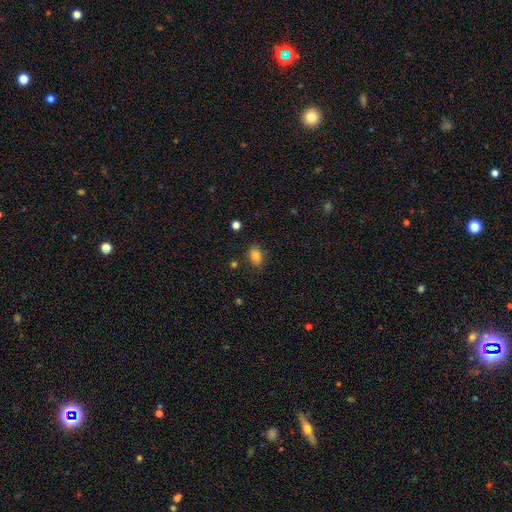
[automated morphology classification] smooth-or-featured: smooth: 81% | star or artifact: 12% | featured or disk: 7%
  how-rounded: in between: 70% | round: 29% | cigar-shaped: 1%
  merging: none: 79% | minor disturbance: 15% | major disturbance: 4% | merger: 2%